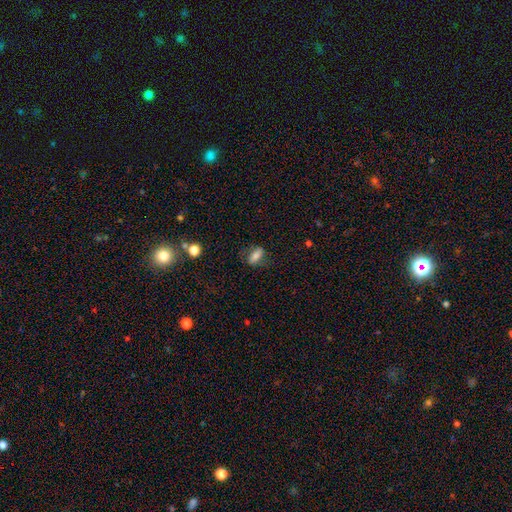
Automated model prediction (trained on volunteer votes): This appears to be a smooth galaxy with no disk features (68%) that is in between round and cigar-shaped (70%). Merging: none (71%).